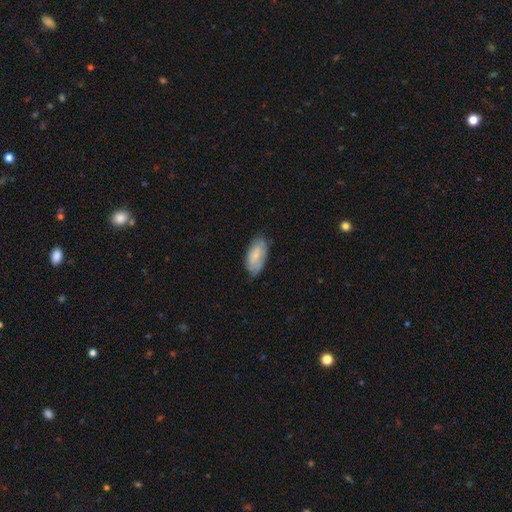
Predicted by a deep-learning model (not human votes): smooth 71%, featured or disk 23%, star or artifact 6%. Down the decision tree: how rounded — in between (92%); merging — none (70%).